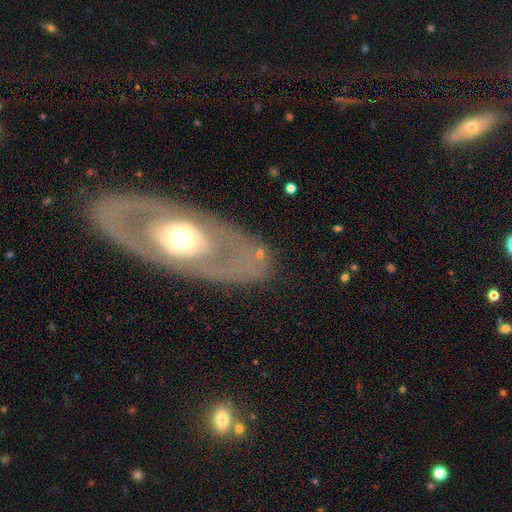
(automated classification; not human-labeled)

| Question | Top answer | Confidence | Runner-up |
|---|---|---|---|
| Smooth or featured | featured or disk | 61% | smooth (31%) |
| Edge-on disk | no | 87% | yes (13%) |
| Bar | no | 80% | weak (14%) |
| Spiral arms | no | 75% | yes (25%) |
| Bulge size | moderate | 63% | large (23%) |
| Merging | none | 65% | major disturbance (17%) |